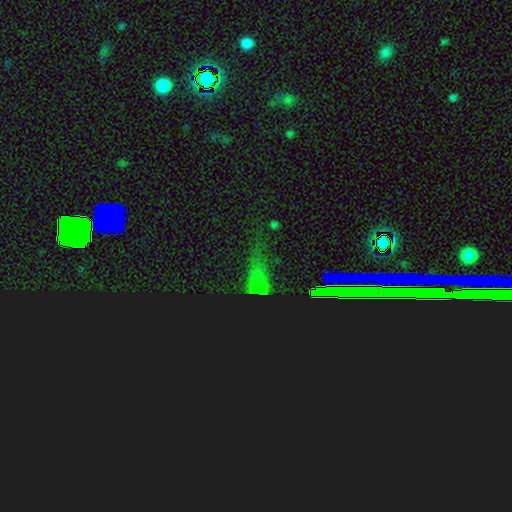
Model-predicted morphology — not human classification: Overall: star or artifact (60%; smooth 27%).